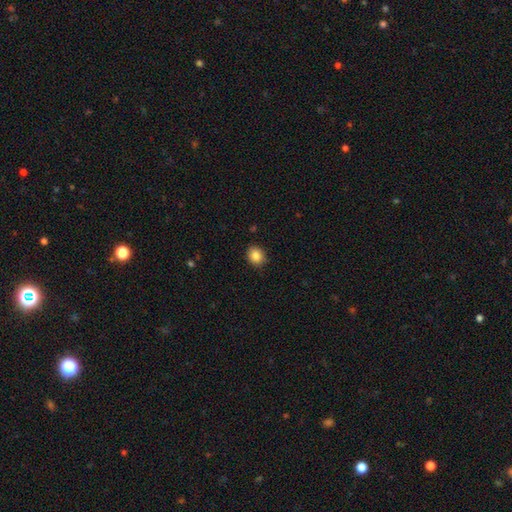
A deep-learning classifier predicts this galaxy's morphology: Overall: smooth (85%). How rounded: round (62%; in between 37%). Merging: none (86%).